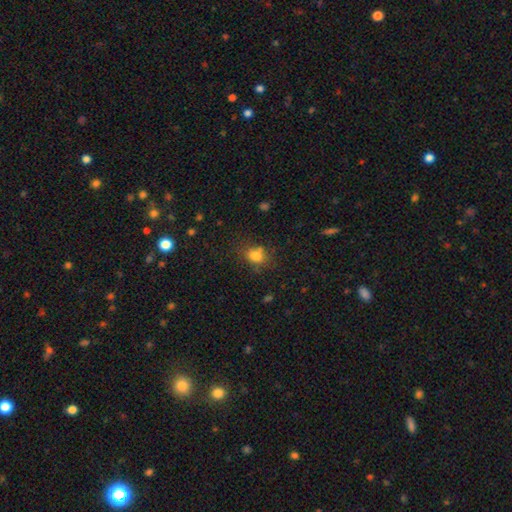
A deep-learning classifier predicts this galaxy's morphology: Smooth or featured: smooth — 79% (star or artifact — 13%)
How rounded: round — 61% (in between — 38%)
Merging: none — 64% (minor disturbance — 20%)